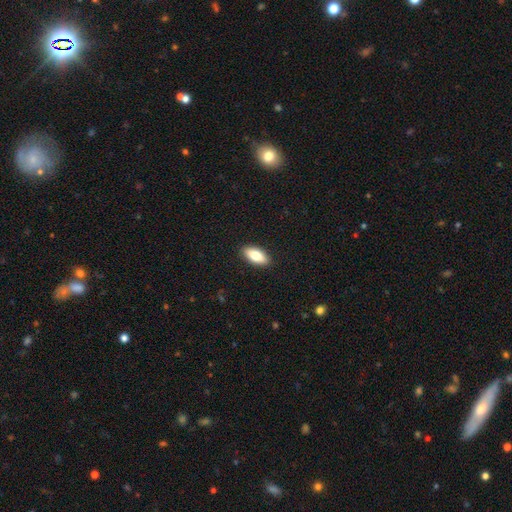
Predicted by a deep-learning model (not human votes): smooth-or-featured: smooth: 79% | featured or disk: 15% | star or artifact: 6%
  how-rounded: in between: 86% | cigar-shaped: 12% | round: 3%
  merging: none: 90% | minor disturbance: 7% | major disturbance: 2% | merger: 1%